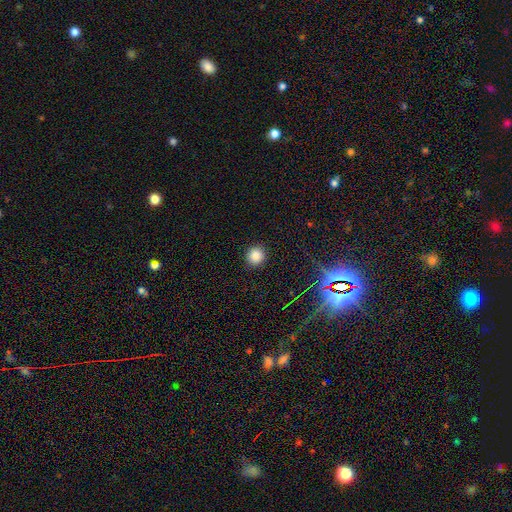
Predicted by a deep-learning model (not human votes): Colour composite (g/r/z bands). It shows a smooth galaxy with no disk features (82%) that is round (92%). Merging: none (92%).